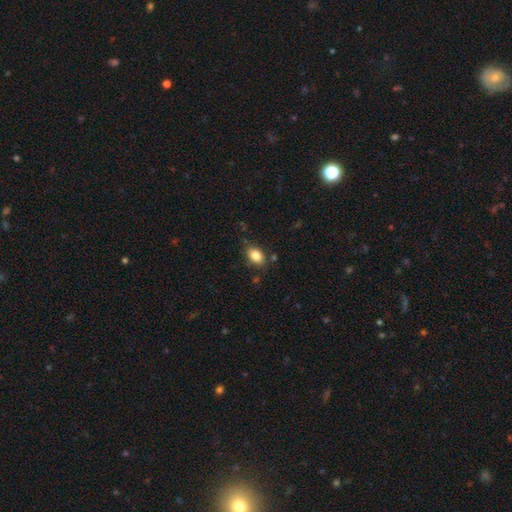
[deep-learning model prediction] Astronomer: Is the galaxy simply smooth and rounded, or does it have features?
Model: smooth — 85%.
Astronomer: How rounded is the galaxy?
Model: in between — 83%.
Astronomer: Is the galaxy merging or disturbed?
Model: none — 80%.